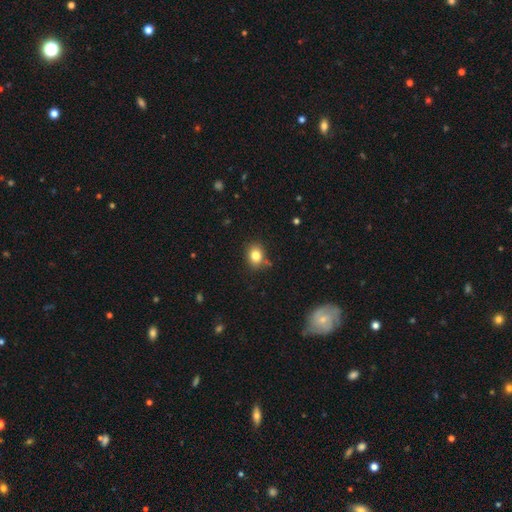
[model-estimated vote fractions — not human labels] This is clearly a smooth galaxy (82%). How rounded: possibly round (54%). Merging: clearly none (80%).